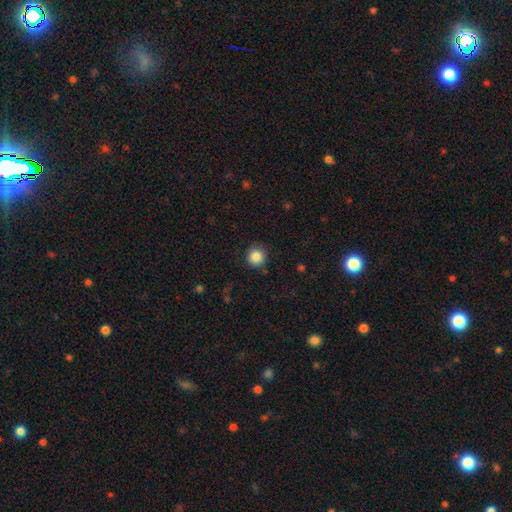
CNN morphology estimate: This appears to be a smooth galaxy with no disk features (86%) that is round (93%). Merging: none (86%).